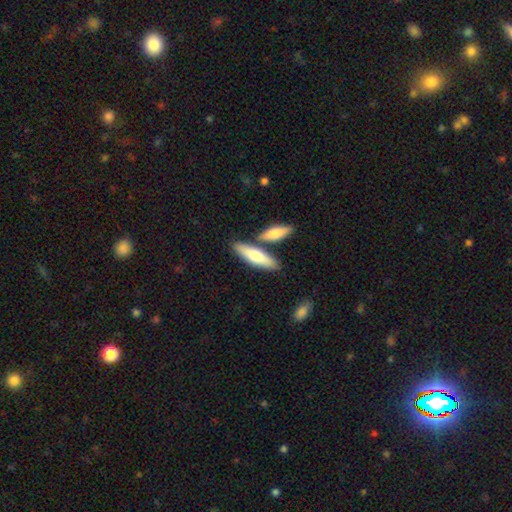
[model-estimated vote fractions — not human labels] Overall: smooth (70%). How rounded: cigar-shaped (54%; in between 43%). Merging: none (68%).